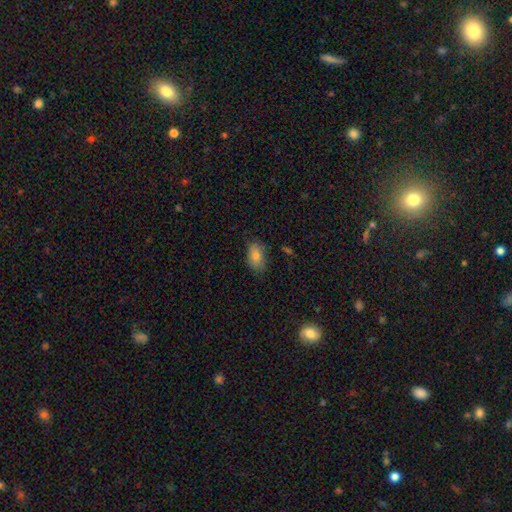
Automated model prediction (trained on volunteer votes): smooth 75%, featured or disk 15%, star or artifact 10%. Down the decision tree: how rounded — in between (88%); merging — none (74%).